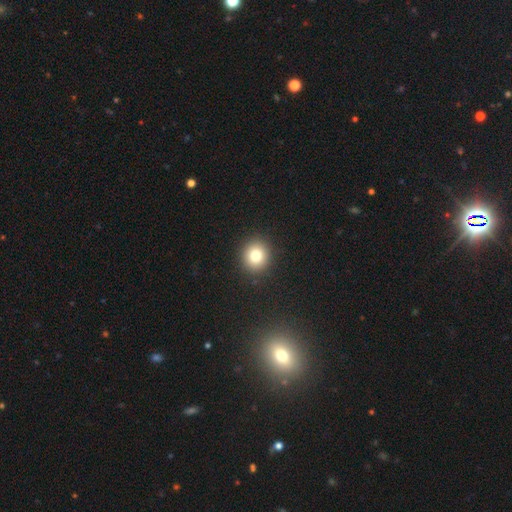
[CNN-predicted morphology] smooth 80%, star or artifact 12%, featured or disk 8%. Down the decision tree: how rounded — round (87%); merging — none (91%).